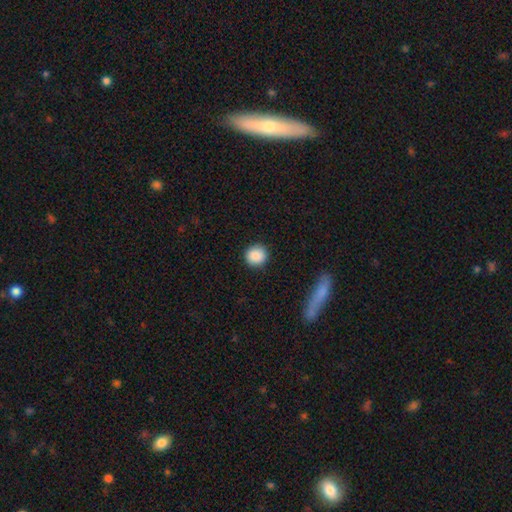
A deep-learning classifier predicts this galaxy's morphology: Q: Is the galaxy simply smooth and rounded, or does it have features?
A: smooth — 88%.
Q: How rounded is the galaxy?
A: round — 91%.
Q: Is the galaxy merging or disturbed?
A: none — 91%.